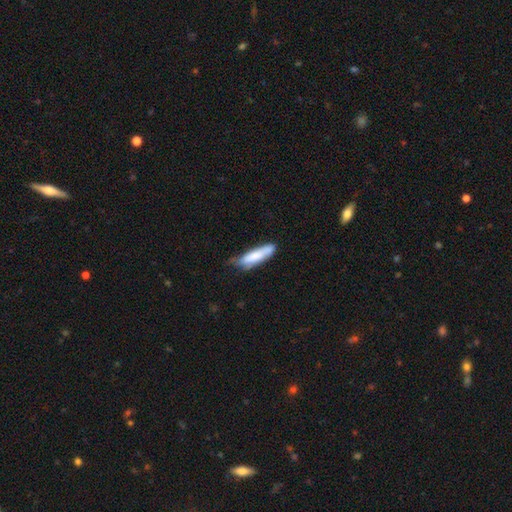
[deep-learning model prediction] A smooth galaxy with no disk features (76%) that is cigar-shaped (71%).

Vote fractions:
- Smooth or featured? smooth: 76% / featured or disk: 18% / star or artifact: 6%
- How rounded? cigar-shaped: 71% / in between: 28% / round: 1%
- Merging? none: 49% / minor disturbance: 38% / major disturbance: 10% / merger: 4%